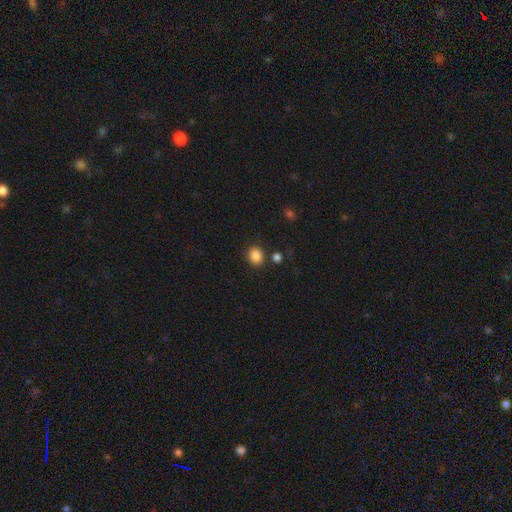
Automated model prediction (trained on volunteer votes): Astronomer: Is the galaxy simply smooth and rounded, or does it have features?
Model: smooth — 86%.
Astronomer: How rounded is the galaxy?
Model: round — 67%.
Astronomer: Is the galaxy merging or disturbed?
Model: none — 83%.